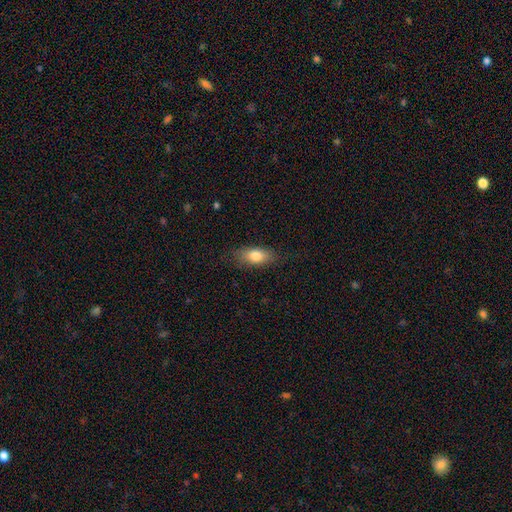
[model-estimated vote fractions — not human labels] Morphology: type=smooth (79%); roundness=in between (84%); merging=none (81%).